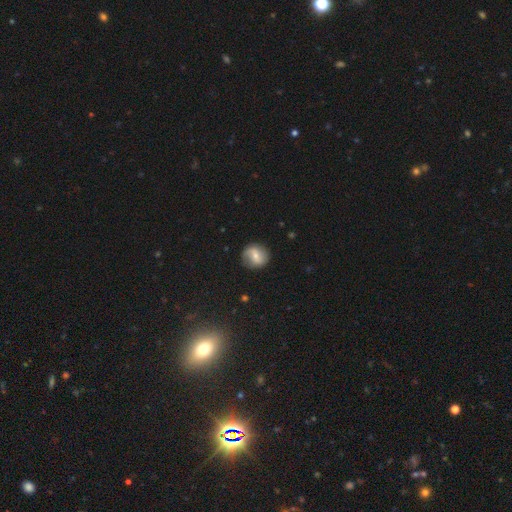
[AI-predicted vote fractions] Smooth or featured: featured or disk — 48% (smooth — 44%)
Merging: none — 81% (minor disturbance — 14%)